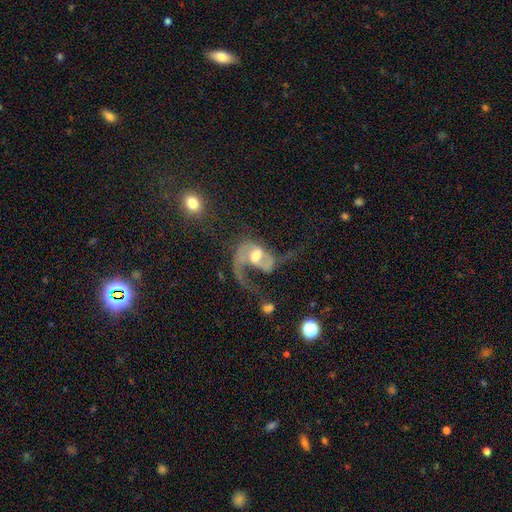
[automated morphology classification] This appears to be a featured or disk galaxy (78%) with no bar (48%), 1 (44%, tied with 2) loose (65%) spiral arms (85%) and a moderate central bulge (60%). Merging: major disturbance (55%).